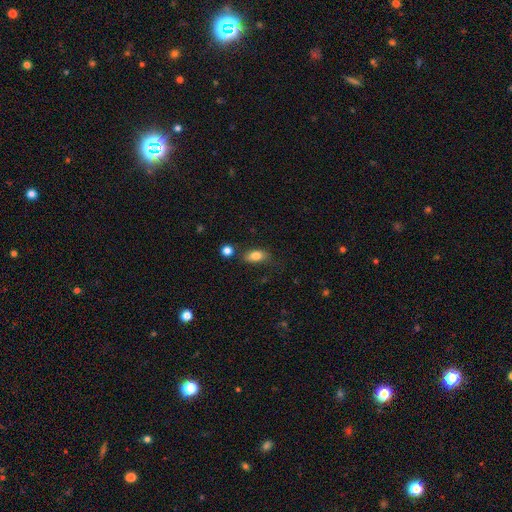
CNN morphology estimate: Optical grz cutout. It shows a smooth galaxy with no disk features (82%) that is in between round and cigar-shaped (86%). Merging: none (71%).